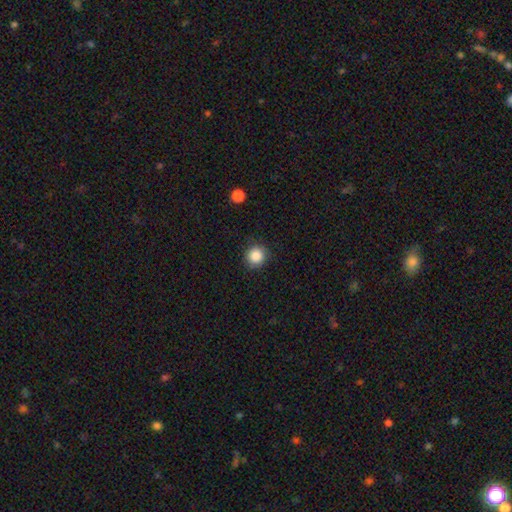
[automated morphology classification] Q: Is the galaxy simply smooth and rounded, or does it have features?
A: smooth — 86%.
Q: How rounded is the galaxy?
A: round — 91%.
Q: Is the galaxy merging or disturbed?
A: none — 88%.